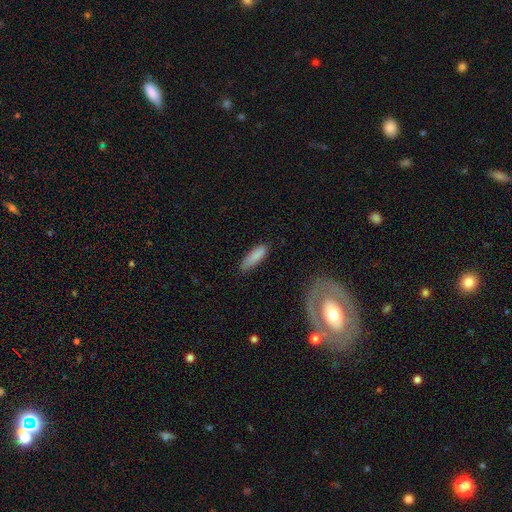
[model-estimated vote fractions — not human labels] Smooth or featured? Predicted: smooth (p=0.85). How rounded? Predicted: cigar-shaped (p=0.56). Merging? Predicted: none (p=0.78).